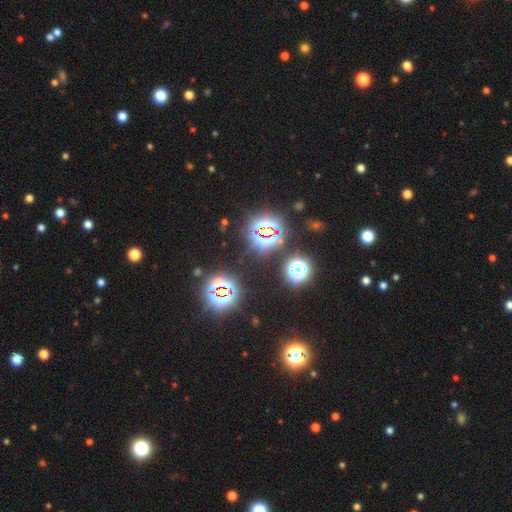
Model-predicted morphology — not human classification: smooth_or_featured: star or artifact (p=0.81) [alt: smooth p=0.13]